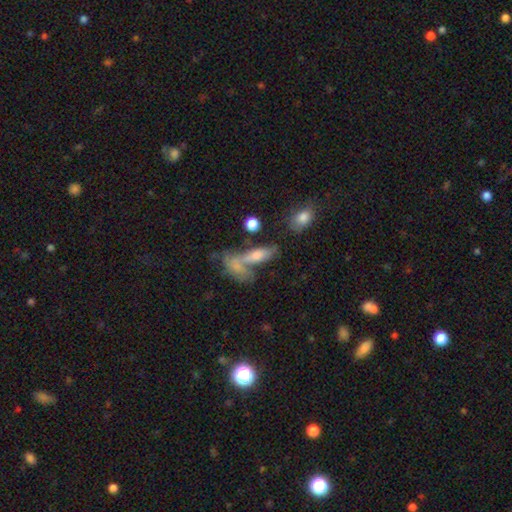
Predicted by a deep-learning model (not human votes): Smooth or featured: smooth — 58% (featured or disk — 28%)
How rounded: in between — 53% (cigar-shaped — 41%)
Merging: merger — 41% (none — 36%)